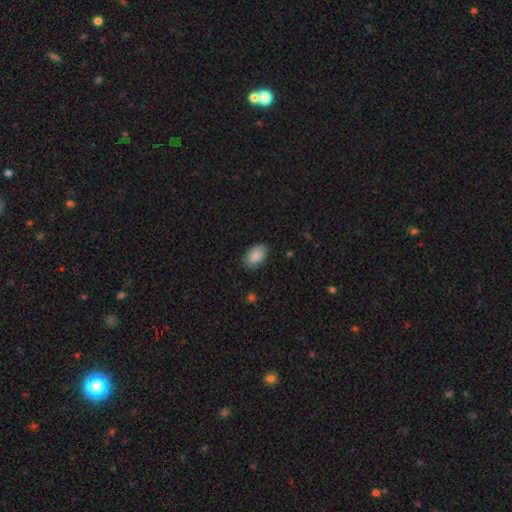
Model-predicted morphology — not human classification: smooth-or-featured: smooth: 88% | star or artifact: 7% | featured or disk: 5%
  how-rounded: in between: 93% | round: 6% | cigar-shaped: 1%
  merging: none: 84% | minor disturbance: 13% | major disturbance: 3% | merger: 1%